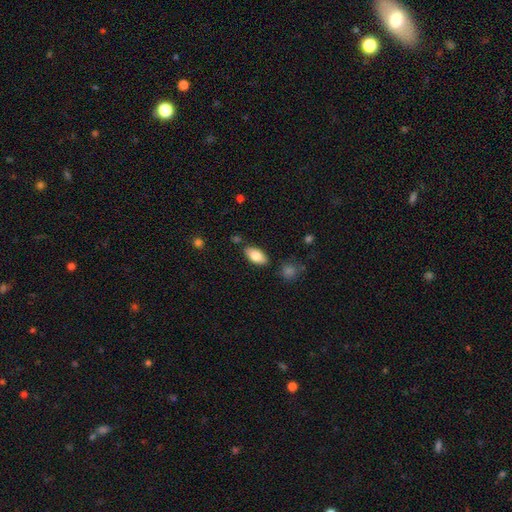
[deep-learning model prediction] A smooth galaxy with no disk features (80%) that is in between round and cigar-shaped (92%).

Vote fractions:
- Smooth or featured? smooth: 80% / featured or disk: 13% / star or artifact: 7%
- How rounded? in between: 92% / cigar-shaped: 5% / round: 3%
- Merging? none: 82% / minor disturbance: 12% / merger: 4% / major disturbance: 3%